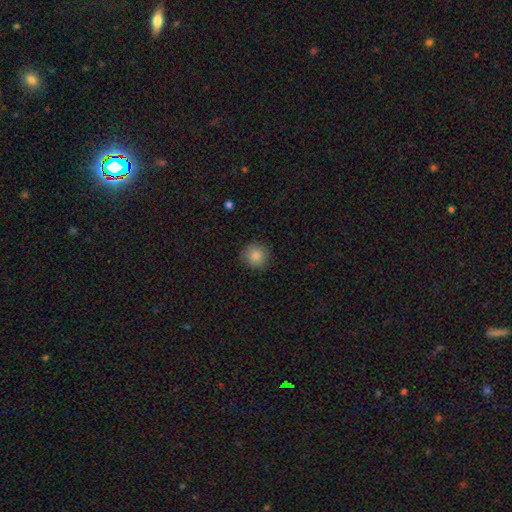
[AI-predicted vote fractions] A smooth galaxy with no disk features (87%) that is round (93%). Merging: none (89%).